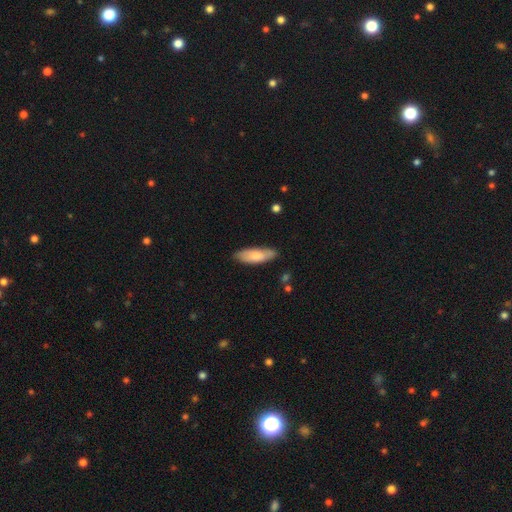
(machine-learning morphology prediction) type=smooth (74%); roundness=in between (60%); merging=none (78%).